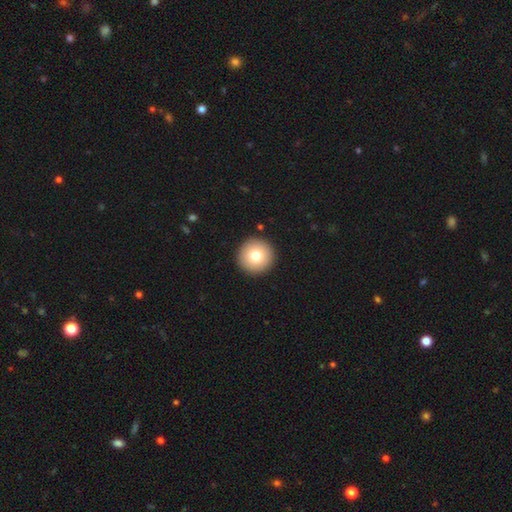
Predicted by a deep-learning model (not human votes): This appears to be a smooth galaxy with no disk features (77%) that is round (96%). Merging: none (93%).